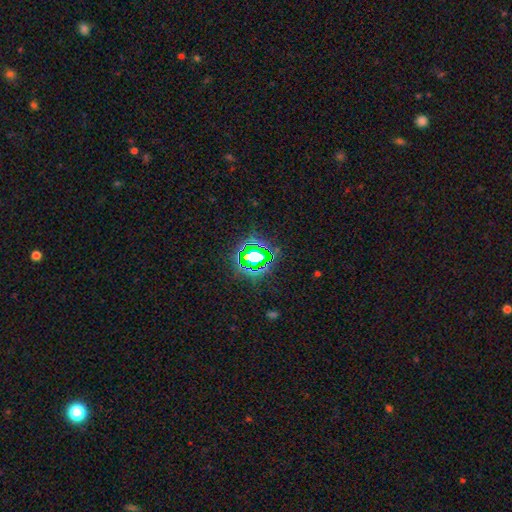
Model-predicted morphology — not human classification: Smooth or featured? Predicted: star or artifact (p=0.71).